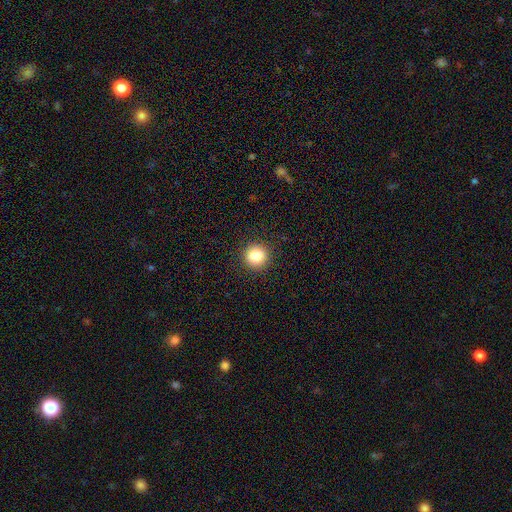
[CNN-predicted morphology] Smooth or featured: smooth — 85% (star or artifact — 10%)
How rounded: round — 94% (in between — 5%)
Merging: none — 92% (minor disturbance — 5%)